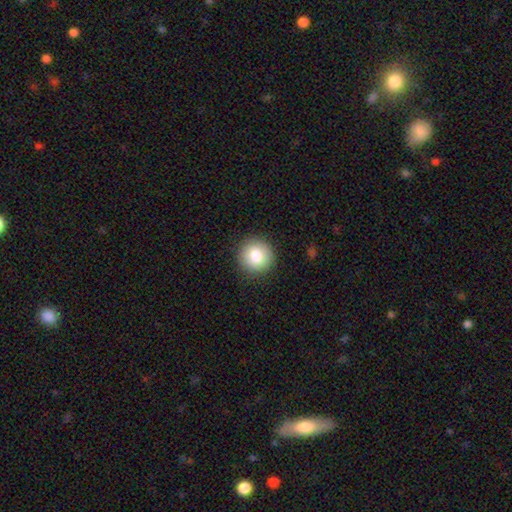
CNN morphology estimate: smooth_or_featured: smooth (p=0.82) [alt: star or artifact p=0.09]
how_rounded: round (p=0.93) [alt: in between p=0.06]
merging: none (p=0.90) [alt: minor disturbance p=0.07]